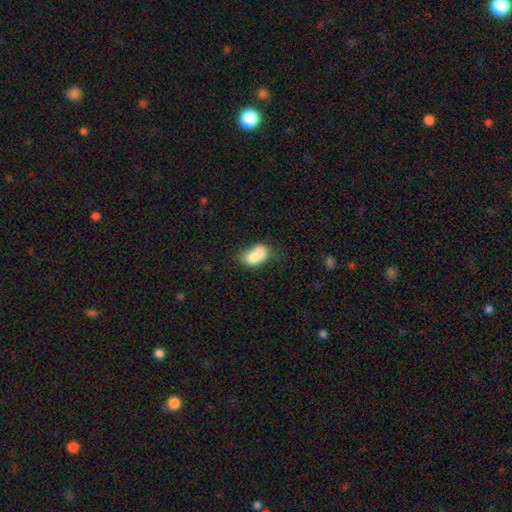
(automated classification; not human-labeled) This is likely a smooth galaxy (72%). How rounded: likely in between (78%). Merging: possibly merger (55%).